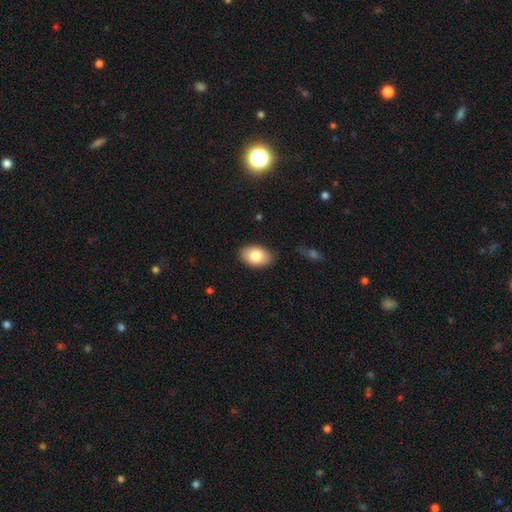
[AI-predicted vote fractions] smooth-or-featured: smooth: 82% | featured or disk: 12% | star or artifact: 7%
  how-rounded: in between: 88% | round: 11% | cigar-shaped: 1%
  merging: none: 86% | minor disturbance: 11% | major disturbance: 2% | merger: 1%